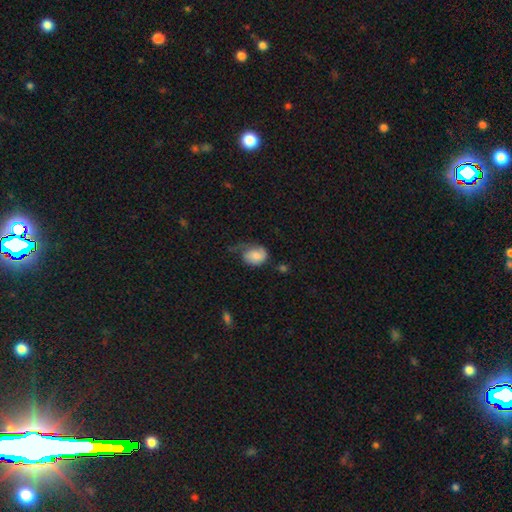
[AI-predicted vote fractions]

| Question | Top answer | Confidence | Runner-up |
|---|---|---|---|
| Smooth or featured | smooth | 72% | featured or disk (21%) |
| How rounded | in between | 67% | round (32%) |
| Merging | major disturbance | 36% | minor disturbance (34%) |